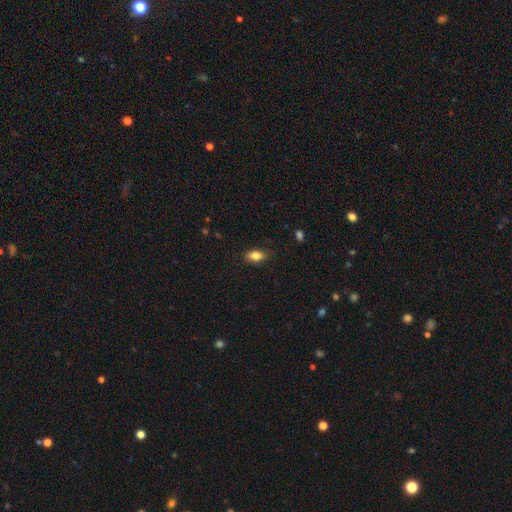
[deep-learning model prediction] Smooth or featured? smooth (80%)
How rounded? in between (84%)
Merging? none (82%)